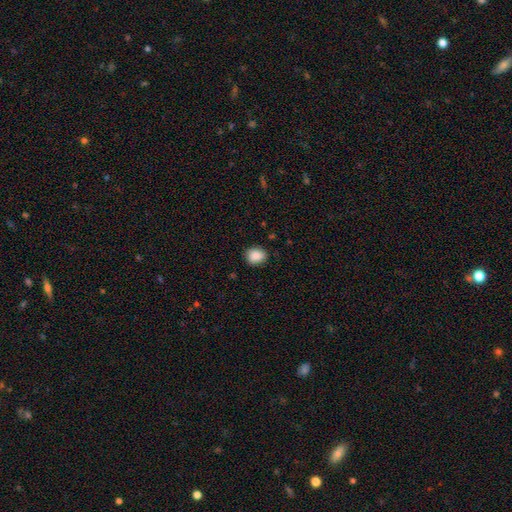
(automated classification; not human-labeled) This appears to be a smooth galaxy with no disk features (88%) that is round (63%). Merging: none (85%).